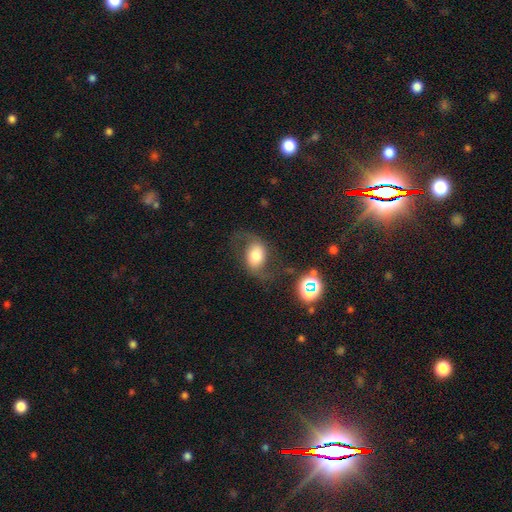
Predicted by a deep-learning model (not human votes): Smooth or featured: featured or disk — 51% (smooth — 37%)
Edge-on disk: no — 95% (yes — 5%)
Merging: none — 60% (minor disturbance — 19%)